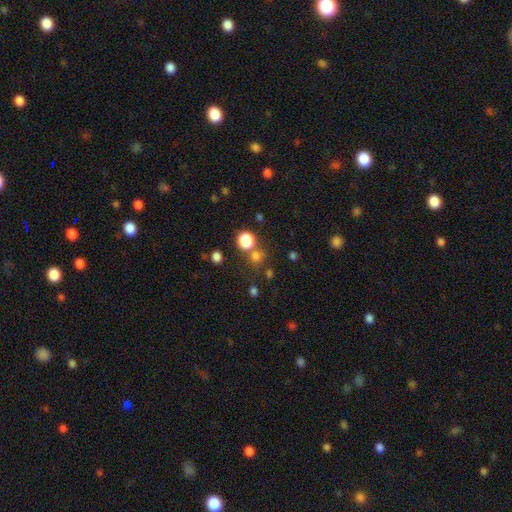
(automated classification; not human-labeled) smooth 73%, star or artifact 21%, featured or disk 6%. Down the decision tree: how rounded — round (89%); merging — none (67%).